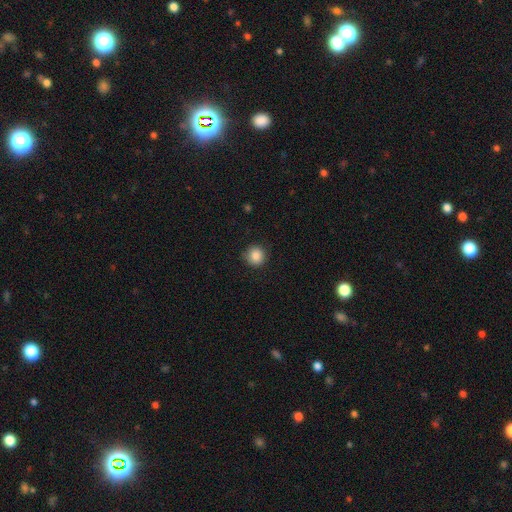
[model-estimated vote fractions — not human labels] Smooth or featured? smooth (87%)
How rounded? round (92%)
Merging? none (86%)